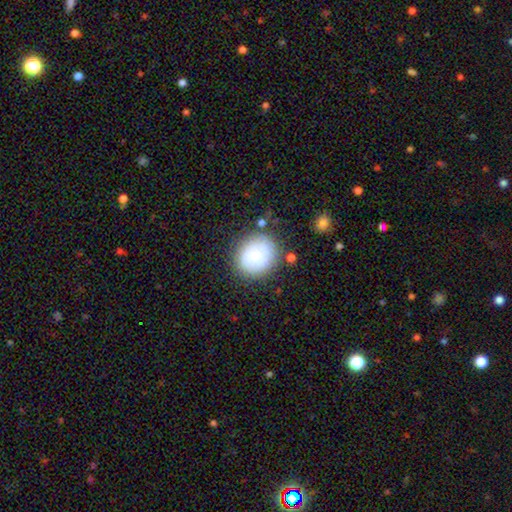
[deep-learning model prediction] Smooth or featured? Predicted: smooth (p=0.71). How rounded? Predicted: round (p=0.81). Merging? Predicted: none (p=0.74).